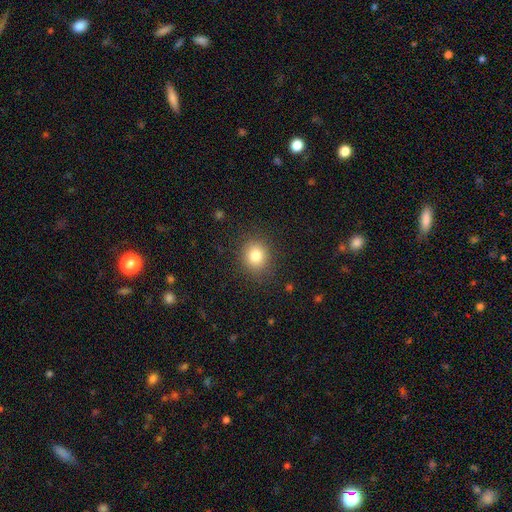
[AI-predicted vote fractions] Q: Smooth or featured?
A: smooth (81%); runner-up: star or artifact (11%)
Q: How rounded?
A: round (79%); runner-up: in between (20%)
Q: Merging?
A: none (87%); runner-up: minor disturbance (9%)